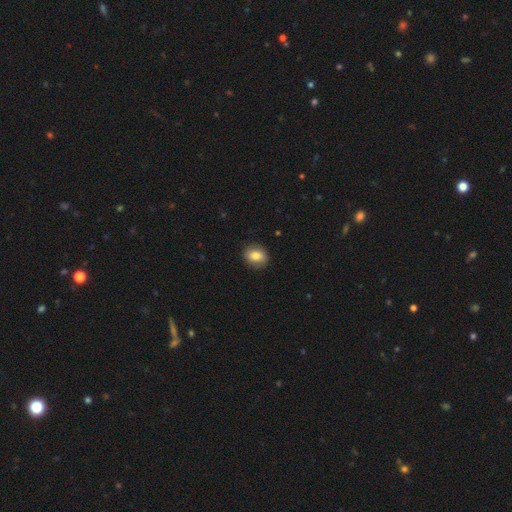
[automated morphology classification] smooth-or-featured: smooth: 81% | featured or disk: 11% | star or artifact: 8%
  how-rounded: round: 57% | in between: 42% | cigar-shaped: 1%
  merging: none: 86% | minor disturbance: 10% | major disturbance: 3% | merger: 1%